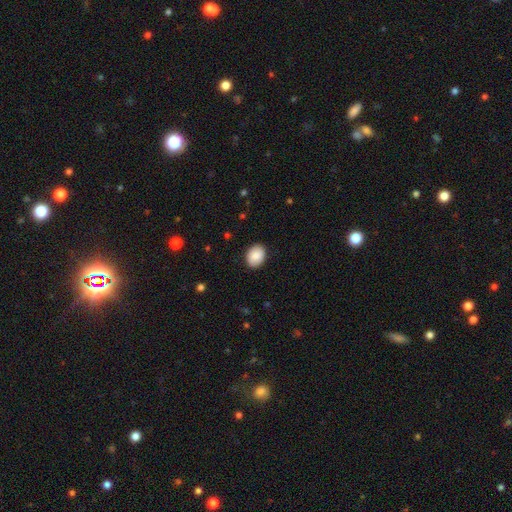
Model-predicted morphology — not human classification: smooth 88%, star or artifact 7%, featured or disk 5%. Down the decision tree: how rounded — in between (68%); merging — none (89%).